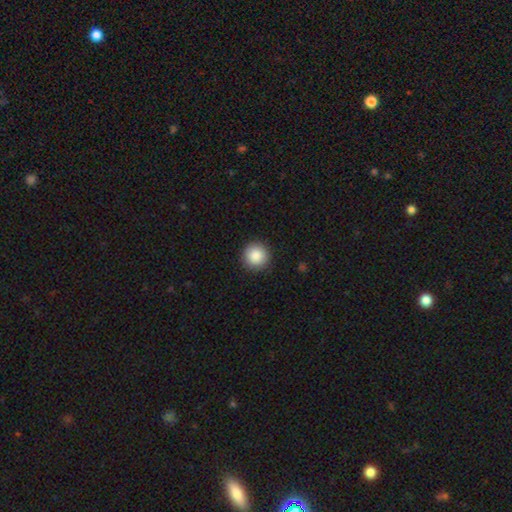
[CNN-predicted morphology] Q: Smooth or featured?
A: smooth (88%); runner-up: star or artifact (8%)
Q: How rounded?
A: round (95%); runner-up: in between (4%)
Q: Merging?
A: none (92%); runner-up: minor disturbance (6%)